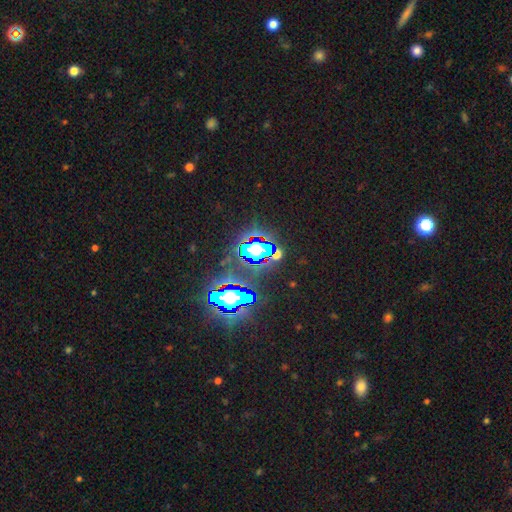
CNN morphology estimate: This is likely a star or artifact rather than a galaxy (75%).